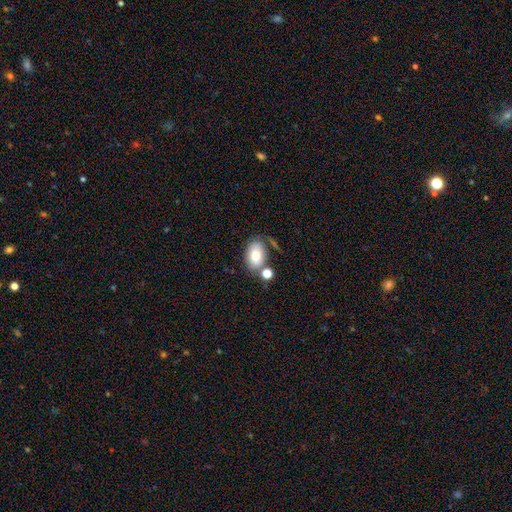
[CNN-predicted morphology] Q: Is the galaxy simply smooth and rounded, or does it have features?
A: smooth — 78%.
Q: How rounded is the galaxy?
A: in between — 86%.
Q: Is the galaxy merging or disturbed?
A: none — 59%.